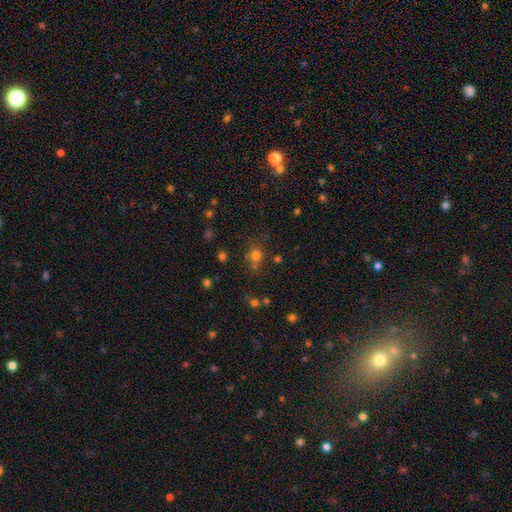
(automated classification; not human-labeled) Morphology: type=smooth (70%); roundness=round (73%); merging=none (64%).